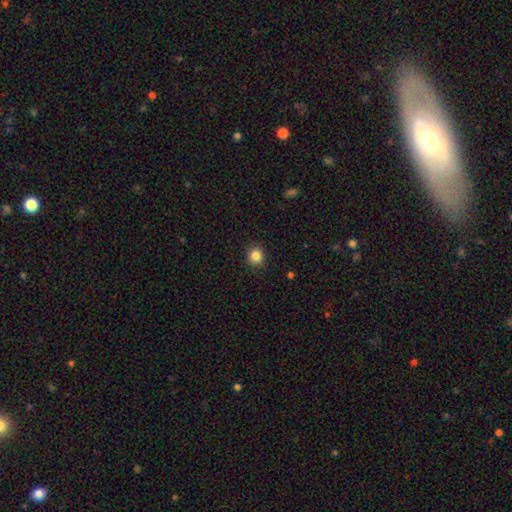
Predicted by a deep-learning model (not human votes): This is clearly a smooth galaxy (85%). How rounded: clearly round (89%). Merging: clearly none (91%).